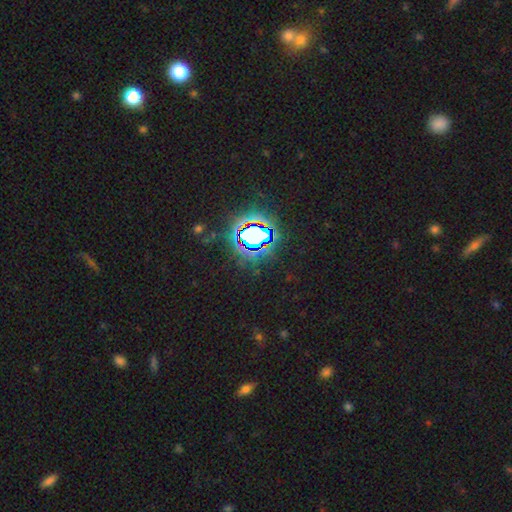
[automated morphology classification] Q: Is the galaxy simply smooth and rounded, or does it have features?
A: star or artifact — 82%.